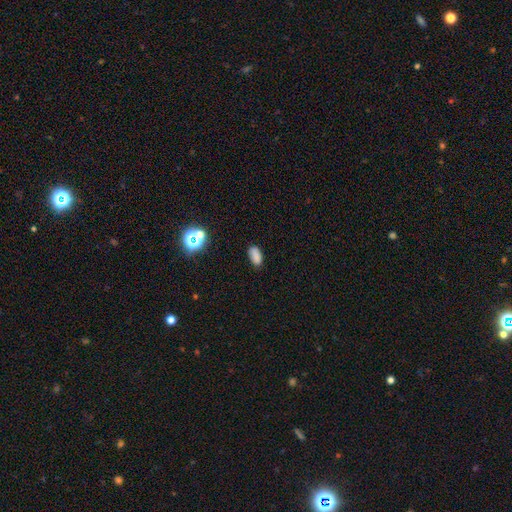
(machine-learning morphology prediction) smooth_or_featured: smooth (p=0.80) [alt: star or artifact p=0.15]
how_rounded: in between (p=0.91) [alt: round p=0.04]
merging: none (p=0.84) [alt: minor disturbance p=0.12]